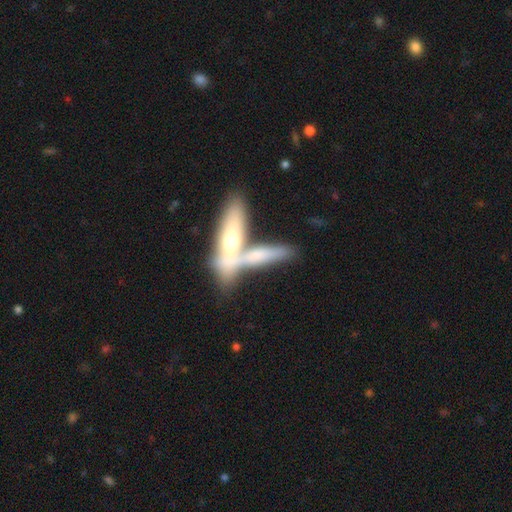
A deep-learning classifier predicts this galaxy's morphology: This appears to be a smooth galaxy with no disk features (53%) that is cigar-shaped (69%). Merging: merger (56%).